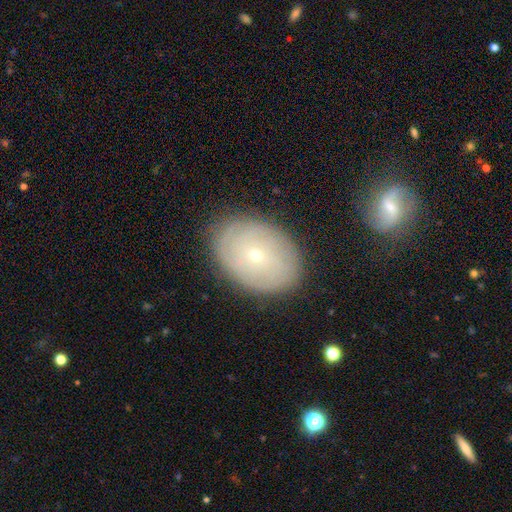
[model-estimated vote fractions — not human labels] A featured or disk galaxy (57%) with no bar (81%), spiral arms (68%) and a small central bulge (79%). Merging: none (84%).